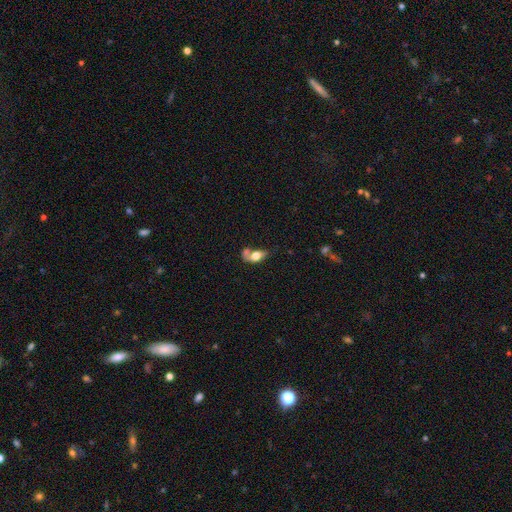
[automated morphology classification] This appears to be a smooth galaxy with no disk features (64%) that is in between round and cigar-shaped (81%). Merging: merger (41%).